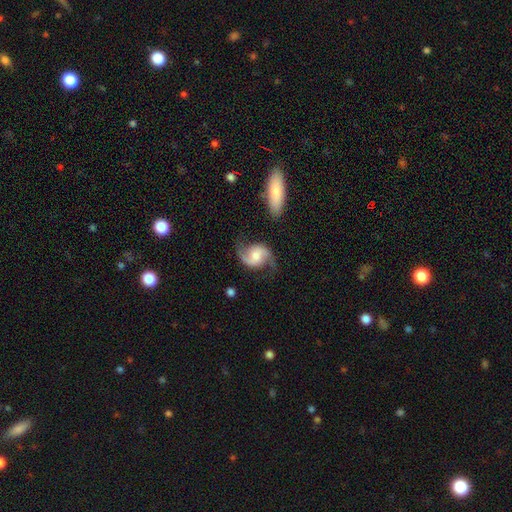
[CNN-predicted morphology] smooth_or_featured: featured or disk (p=0.86) [alt: smooth p=0.09]
disk_edge_on: no (p=0.98) [alt: yes p=0.02]
bar: no (p=0.51) [alt: weak p=0.39]
has_spiral_arms: yes (p=0.97) [alt: no p=0.03]
spiral_winding: loose (p=0.48) [alt: medium p=0.42]
spiral_arm_count: 2 (p=0.93) [alt: can't tell p=0.02]
bulge_size: moderate (p=0.45) [alt: small p=0.25]
merging: none (p=0.70) [alt: minor disturbance p=0.18]